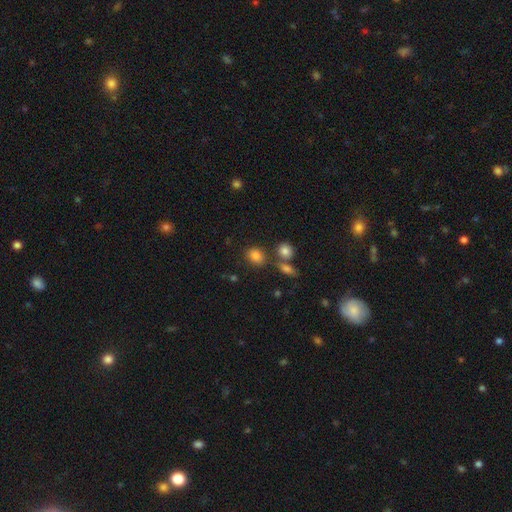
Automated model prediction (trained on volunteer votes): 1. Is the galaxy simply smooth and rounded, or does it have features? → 82% smooth, 11% star or artifact, 7% featured or disk.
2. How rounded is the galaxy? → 55% in between, 43% round, 2% cigar-shaped.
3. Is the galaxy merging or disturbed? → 68% none, 15% merger, 12% minor disturbance, 4% major disturbance.